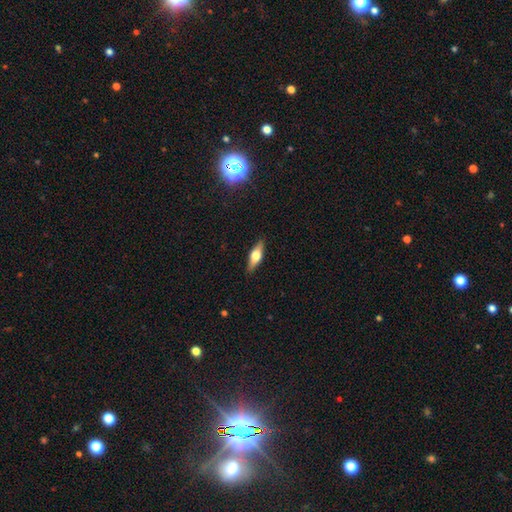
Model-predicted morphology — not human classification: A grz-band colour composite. It shows a smooth galaxy with no disk features (47%). Merging: none (89%).